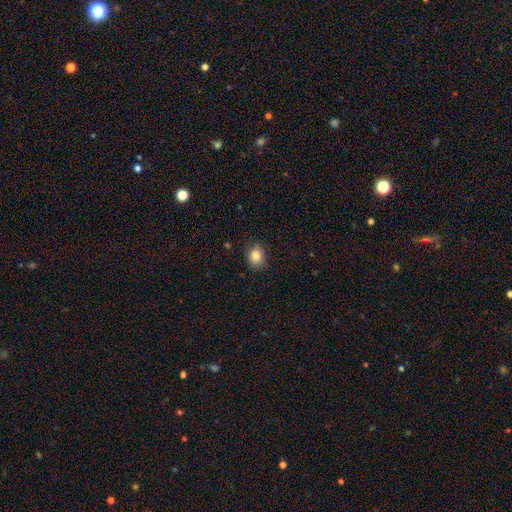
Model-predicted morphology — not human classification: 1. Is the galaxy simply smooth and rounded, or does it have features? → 84% smooth, 10% star or artifact, 6% featured or disk.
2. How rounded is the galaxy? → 58% round, 41% in between, 1% cigar-shaped.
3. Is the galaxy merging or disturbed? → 82% none, 14% minor disturbance, 3% major disturbance, 1% merger.